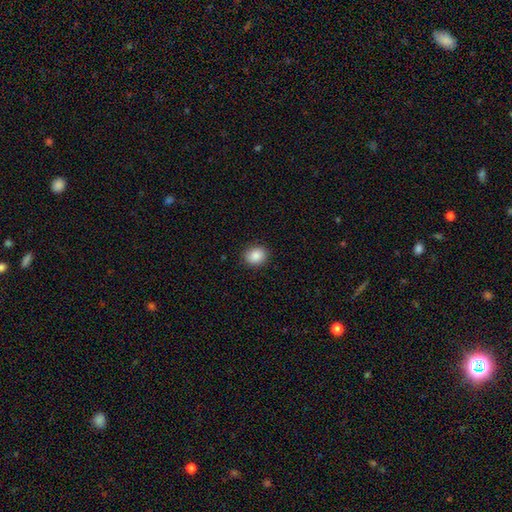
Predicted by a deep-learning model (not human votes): smooth_or_featured: smooth (p=0.88) [alt: star or artifact p=0.08]
how_rounded: round (p=0.61) [alt: in between p=0.38]
merging: none (p=0.89) [alt: minor disturbance p=0.08]